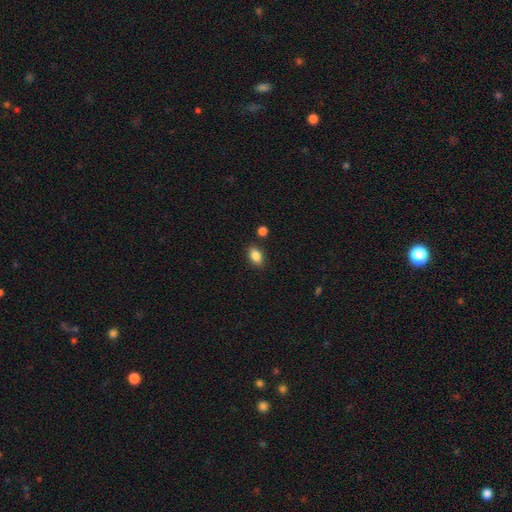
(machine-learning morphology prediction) This appears to be a smooth galaxy with no disk features (86%) that is in between round and cigar-shaped (86%). Merging: none (84%).